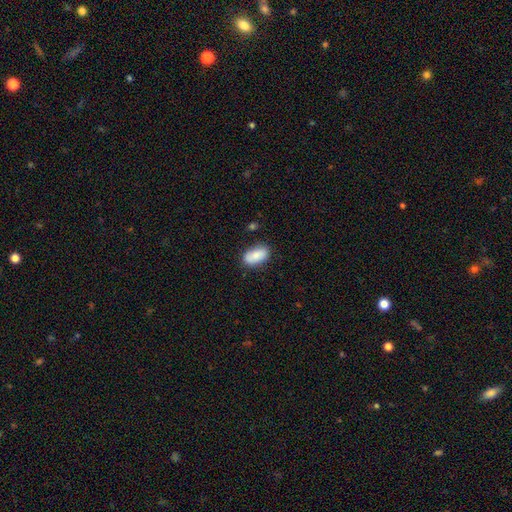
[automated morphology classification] Smooth or featured? smooth (83%)
How rounded? in between (93%)
Merging? none (79%)